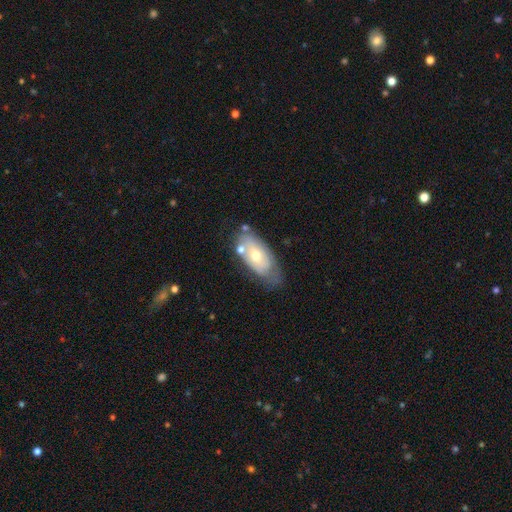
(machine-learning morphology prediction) smooth_or_featured: featured or disk (p=0.47) [alt: smooth p=0.46]
merging: none (p=0.49) [alt: minor disturbance p=0.28]